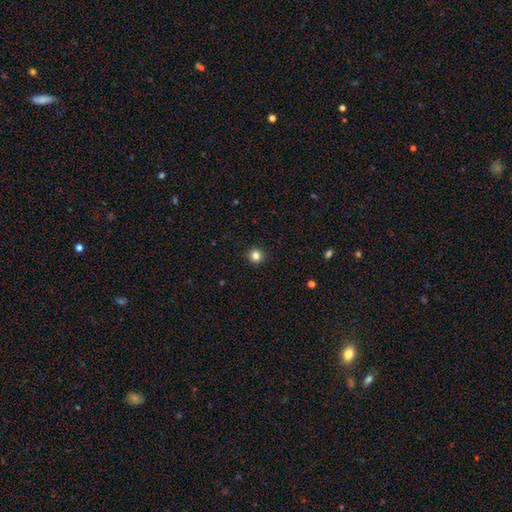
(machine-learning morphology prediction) smooth_or_featured: smooth (p=0.83) [alt: star or artifact p=0.12]
how_rounded: round (p=0.94) [alt: in between p=0.05]
merging: none (p=0.93) [alt: minor disturbance p=0.04]